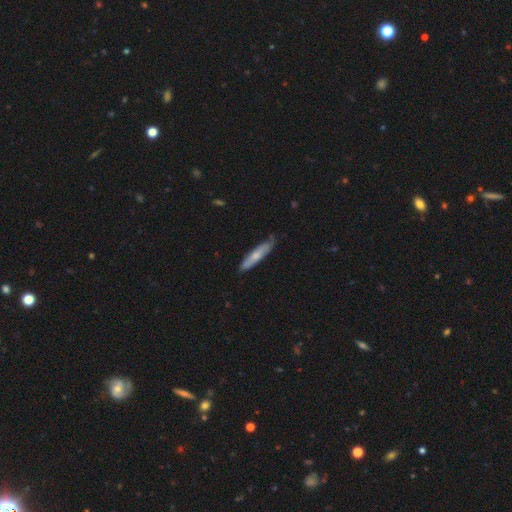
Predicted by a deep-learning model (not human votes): Morphology: type=smooth (59%); roundness=cigar-shaped (87%); merging=none (77%).